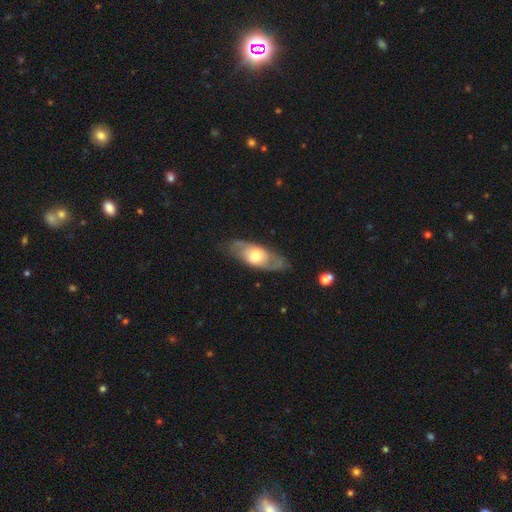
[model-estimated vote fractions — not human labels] This is possibly a featured or disk galaxy (56%). It is likely not viewed edge-on (76%). Merging: likely none (75%).